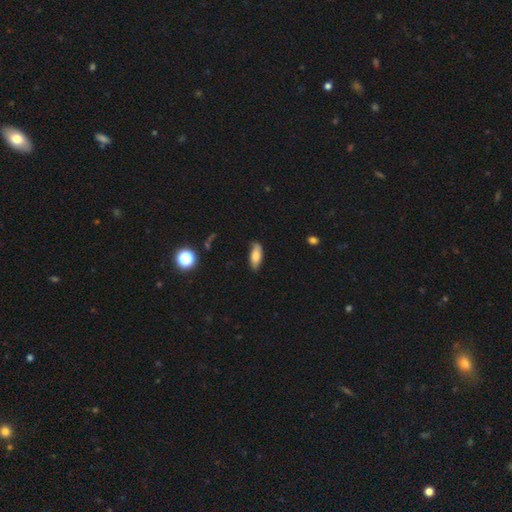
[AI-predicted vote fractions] Smooth or featured? Predicted: smooth (p=0.76). How rounded? Predicted: in between (p=0.76). Merging? Predicted: none (p=0.81).